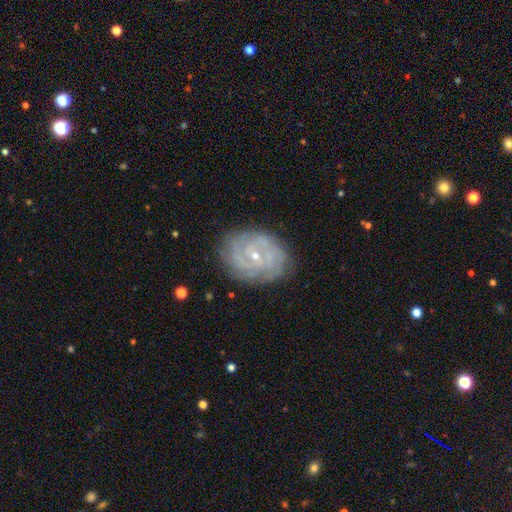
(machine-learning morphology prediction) A featured or disk galaxy (85%) with no bar (56%), tight (73%) spiral arms (97%) and a small central bulge (75%).

Vote fractions:
- Smooth or featured? featured or disk: 85% / smooth: 8% / star or artifact: 7%
- Edge-on disk? no: 97% / yes: 3%
- Bar? no: 56% / weak: 35% / strong: 9%
- Spiral arms? yes: 97% / no: 3%
- Spiral winding? tight: 73% / medium: 23% / loose: 4%
- Spiral arm count? can't tell: 26% / 2: 22% / 3: 21% / 4: 17% / more than 4: 8% / 1: 6%
- Bulge size? small: 75% / moderate: 22% / none: 1% / large: 1% / dominant: 1%
- Merging? none: 81% / minor disturbance: 14% / major disturbance: 4% / merger: 1%